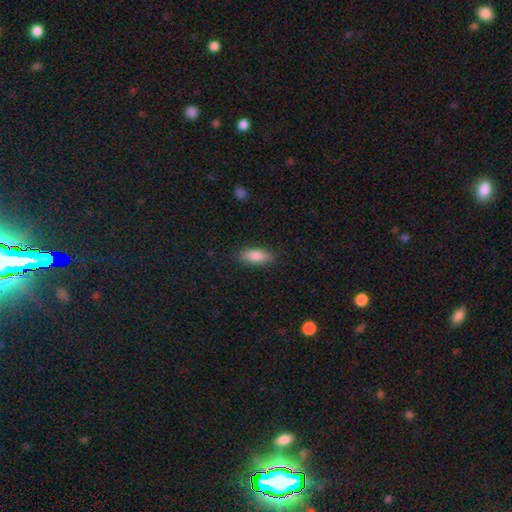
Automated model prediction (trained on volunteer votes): Morphology: type=smooth (85%); roundness=in between (75%); merging=none (85%).